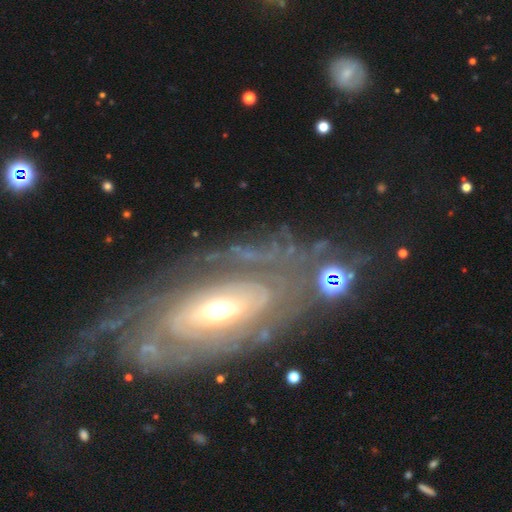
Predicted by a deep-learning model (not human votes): smooth-or-featured: featured or disk: 84% | smooth: 10% | star or artifact: 6%
  disk-edge-on: no: 91% | yes: 9%
    bar: no: 59% | weak: 26% | strong: 15%
    has-spiral-arms: yes: 80% | no: 20%
      spiral-winding: tight: 67% | medium: 24% | loose: 10%
      spiral-arm-count: can't tell: 50% | 2: 22% | 3: 9% | 1: 6% | 4: 6% | more than 4: 6%
    bulge-size: moderate: 60% | small: 25% | large: 11% | dominant: 2% | none: 1%
  merging: none: 63% | minor disturbance: 17% | major disturbance: 17% | merger: 3%